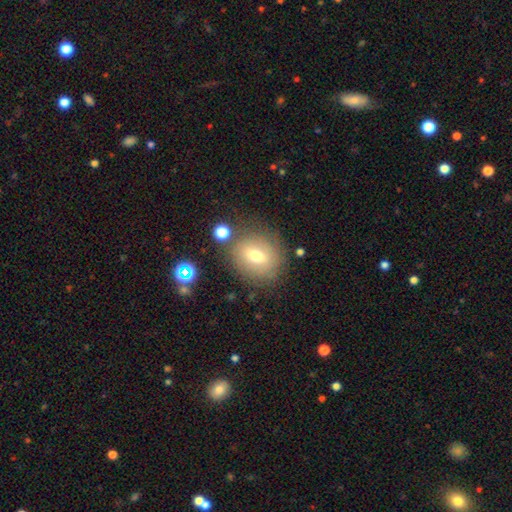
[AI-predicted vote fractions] smooth_or_featured: smooth (p=0.61) [alt: featured or disk p=0.26]
how_rounded: round (p=0.62) [alt: in between p=0.36]
merging: none (p=0.77) [alt: minor disturbance p=0.13]